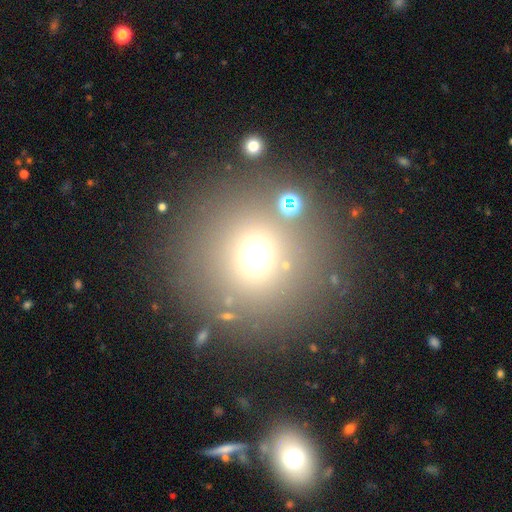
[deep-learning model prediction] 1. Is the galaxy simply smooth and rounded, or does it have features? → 63% smooth, 26% star or artifact, 11% featured or disk.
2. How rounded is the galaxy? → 93% round, 6% in between, 1% cigar-shaped.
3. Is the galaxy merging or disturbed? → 82% none, 7% minor disturbance, 7% merger, 5% major disturbance.